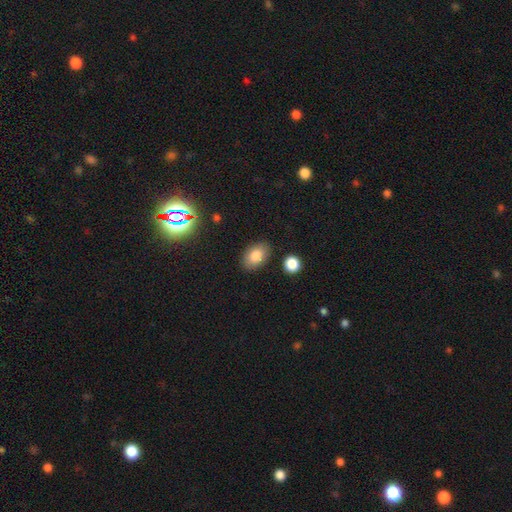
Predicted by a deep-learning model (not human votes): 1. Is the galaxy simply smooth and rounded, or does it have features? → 83% smooth, 9% star or artifact, 8% featured or disk.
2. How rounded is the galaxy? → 88% in between, 10% round, 1% cigar-shaped.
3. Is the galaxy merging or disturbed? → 84% none, 10% minor disturbance, 3% major disturbance, 3% merger.